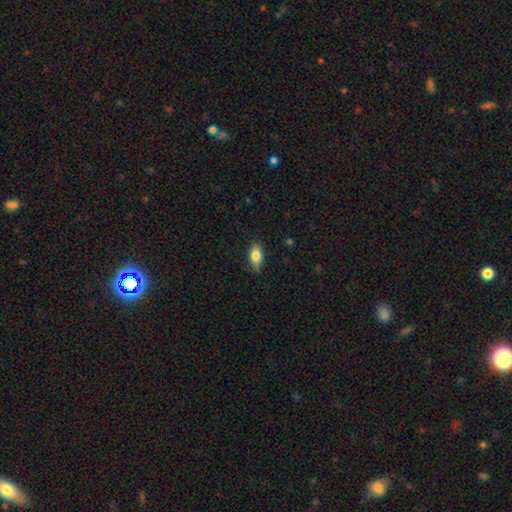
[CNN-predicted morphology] A smooth galaxy with no disk features (76%) that is in between round and cigar-shaped (84%). Merging: none (79%).